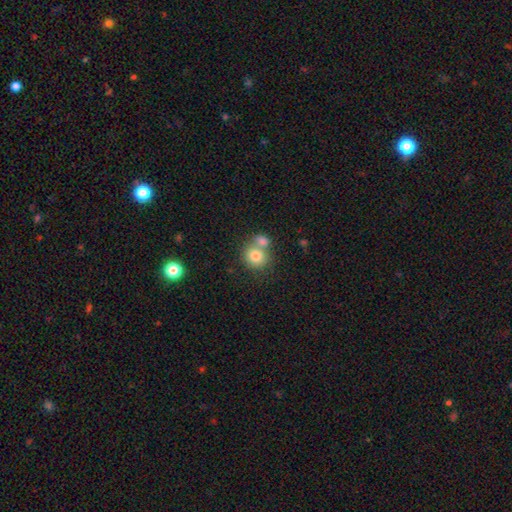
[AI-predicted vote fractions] Smooth or featured? smooth (79%)
How rounded? round (82%)
Merging? merger (46%)